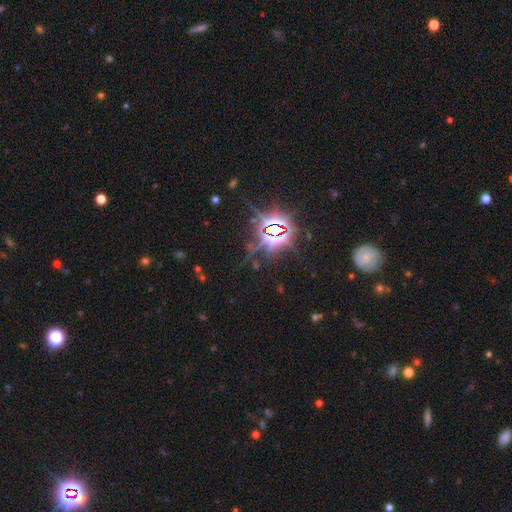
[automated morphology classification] Overall: star or artifact (80%).